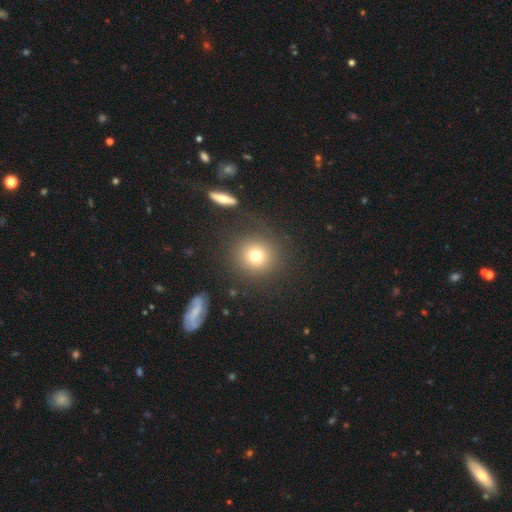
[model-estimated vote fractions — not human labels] Smooth or featured? smooth (74%)
How rounded? round (91%)
Merging? none (85%)